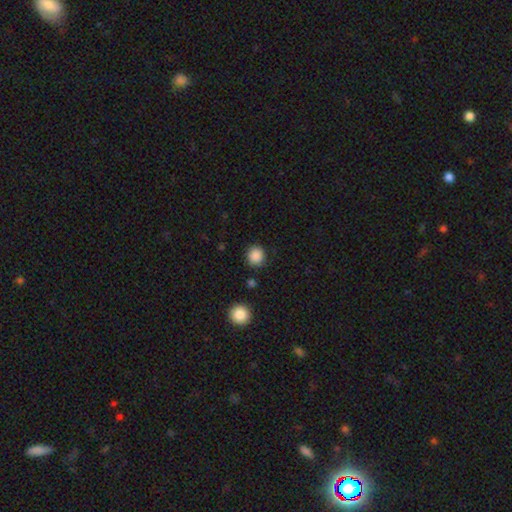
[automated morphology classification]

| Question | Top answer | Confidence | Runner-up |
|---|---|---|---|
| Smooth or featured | smooth | 88% | star or artifact (9%) |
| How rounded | round | 87% | in between (12%) |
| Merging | none | 87% | minor disturbance (9%) |